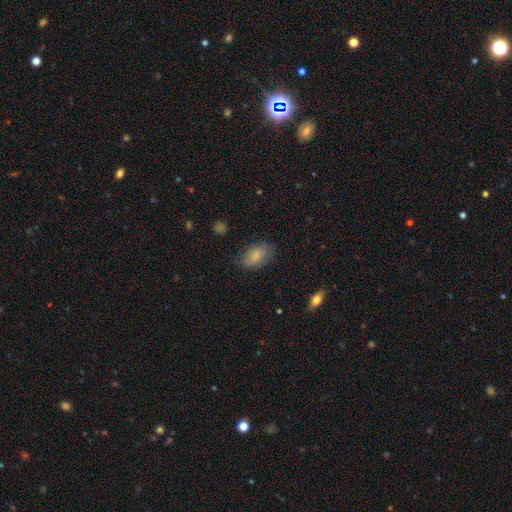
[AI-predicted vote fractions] This appears to be a smooth galaxy with no disk features (80%) that is in between round and cigar-shaped (90%). Merging: none (72%).